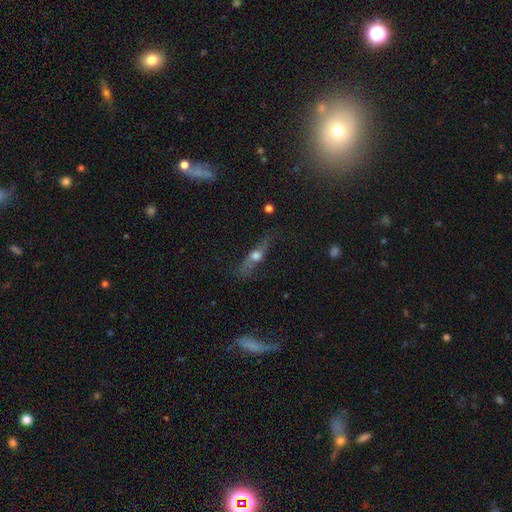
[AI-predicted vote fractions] A featured or disk galaxy (46%). Merging: none (59%).